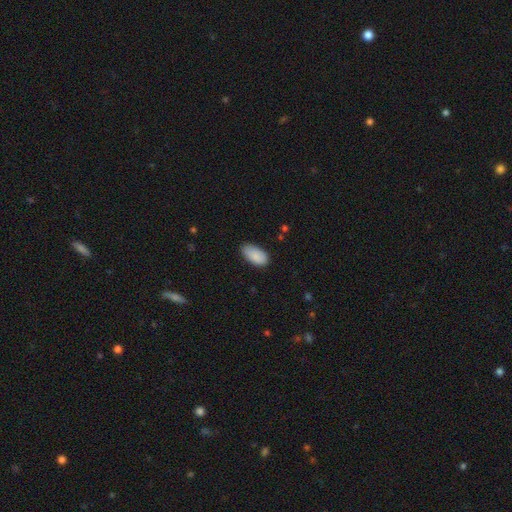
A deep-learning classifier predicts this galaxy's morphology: A smooth galaxy with no disk features (89%) that is in between round and cigar-shaped (95%).

Vote fractions:
- Smooth or featured? smooth: 89% / star or artifact: 7% / featured or disk: 4%
- How rounded? in between: 95% / round: 3% / cigar-shaped: 2%
- Merging? none: 76% / minor disturbance: 20% / major disturbance: 3% / merger: 1%